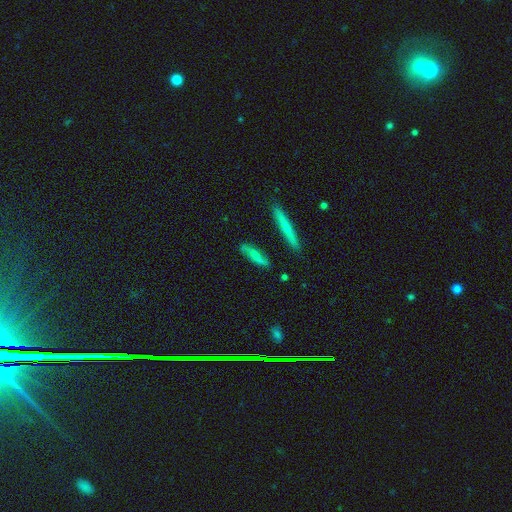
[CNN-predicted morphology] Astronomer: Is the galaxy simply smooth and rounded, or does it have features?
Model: smooth — 51% (runner-up: featured or disk, 41%).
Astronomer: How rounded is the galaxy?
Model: cigar-shaped — 64%.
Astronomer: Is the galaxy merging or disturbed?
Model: none — 75%.